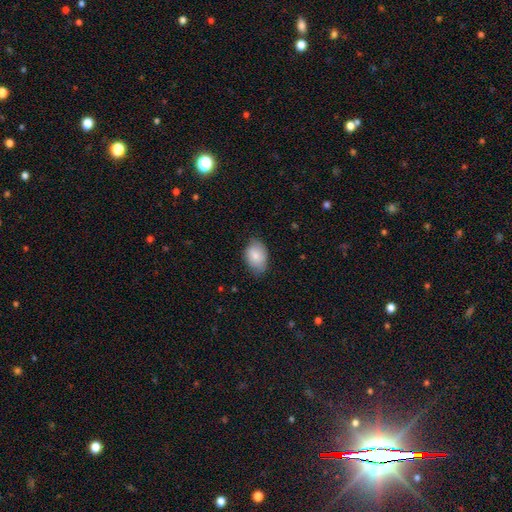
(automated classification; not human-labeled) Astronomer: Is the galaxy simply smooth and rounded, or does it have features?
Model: smooth — 81%.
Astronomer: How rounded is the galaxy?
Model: in between — 82%.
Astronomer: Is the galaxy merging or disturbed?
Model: none — 71%.